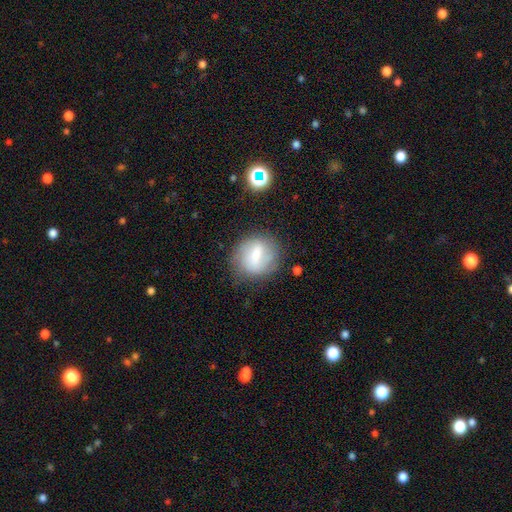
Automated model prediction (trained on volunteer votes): Morphology: type=smooth (52%); roundness=round (73%); merging=none (67%).